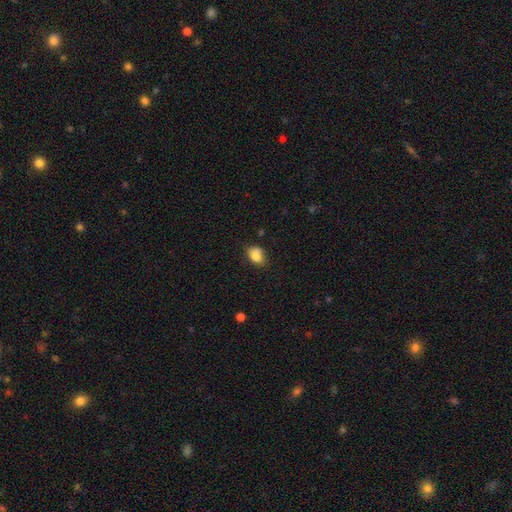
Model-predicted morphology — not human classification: Q: Smooth or featured?
A: smooth (83%); runner-up: star or artifact (9%)
Q: How rounded?
A: in between (72%); runner-up: round (27%)
Q: Merging?
A: none (65%); runner-up: minor disturbance (27%)